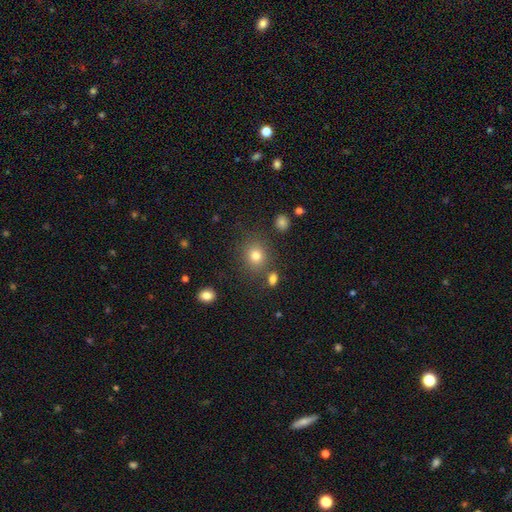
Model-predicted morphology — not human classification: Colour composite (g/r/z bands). It shows a smooth galaxy with no disk features (79%) that is round (77%). Merging: none (78%).